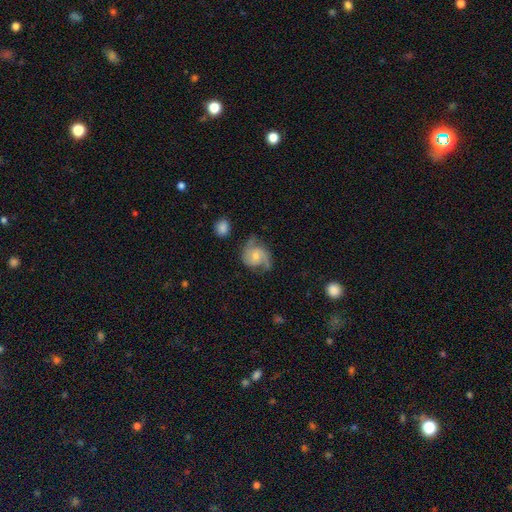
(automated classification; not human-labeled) smooth-or-featured: featured or disk: 70% | smooth: 23% | star or artifact: 7%
  disk-edge-on: no: 98% | yes: 2%
    bar: no: 66% | weak: 30% | strong: 4%
    has-spiral-arms: yes: 93% | no: 7%
      spiral-winding: medium: 47% | loose: 31% | tight: 22%
      spiral-arm-count: 2: 78% | 1: 10% | can't tell: 7% | 3: 3% | 4: 1% | more than 4: 1%
    bulge-size: small: 48% | moderate: 42% | none: 6% | large: 3% | dominant: 1%
  merging: none: 55% | minor disturbance: 26% | major disturbance: 15% | merger: 3%